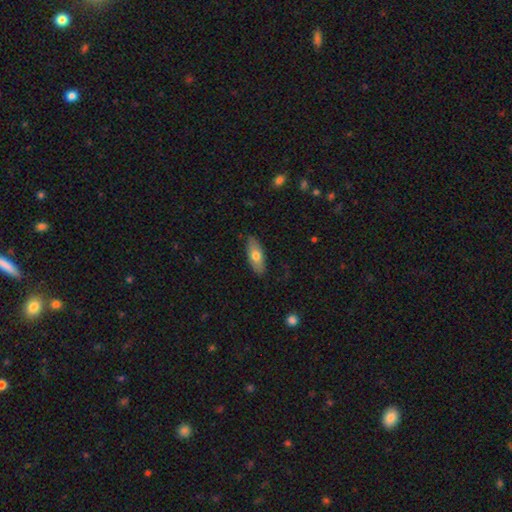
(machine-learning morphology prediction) Smooth or featured? Predicted: smooth (p=0.68). How rounded? Predicted: in between (p=0.77). Merging? Predicted: none (p=0.85).